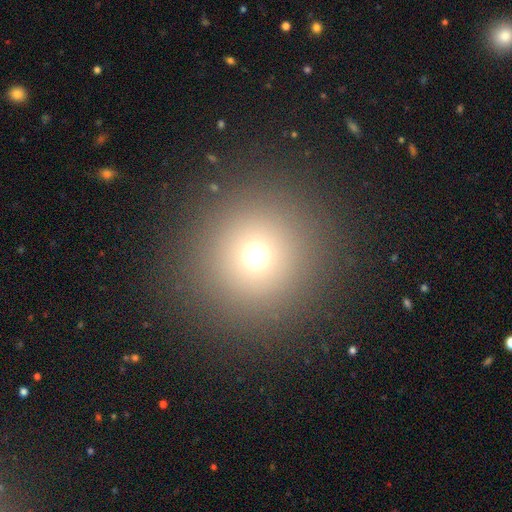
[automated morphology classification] This appears to be a smooth galaxy with no disk features (68%) that is round (95%). Merging: none (91%).